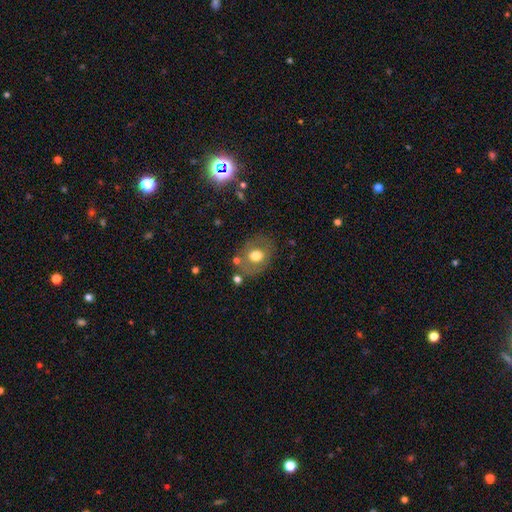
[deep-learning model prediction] Overall: smooth (63%; featured or disk 27%). How rounded: round (50%; in between 49%). Merging: none (73%).